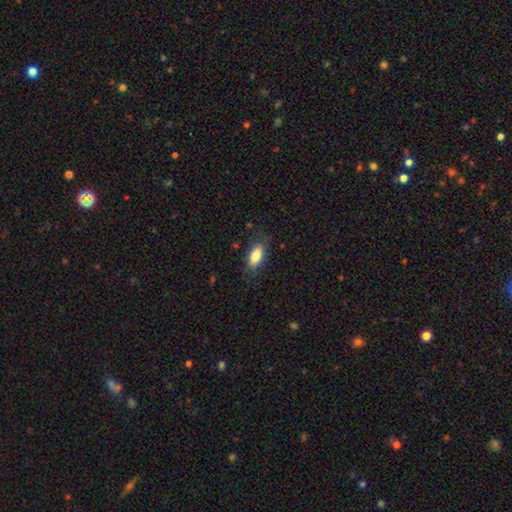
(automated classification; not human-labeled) Smooth or featured?
  - smooth: 83% *
  - featured or disk: 10%
  - star or artifact: 7%
How rounded?
  - in between: 87% *
  - cigar-shaped: 10%
  - round: 3%
Merging?
  - none: 79% *
  - minor disturbance: 15%
  - major disturbance: 5%
  - merger: 1%